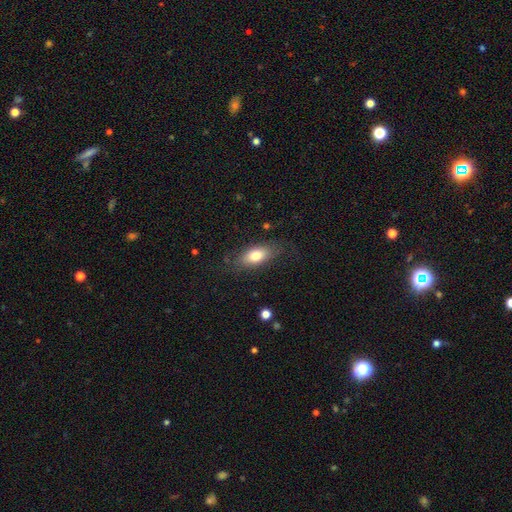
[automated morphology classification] type=smooth (74%); roundness=in between (84%); merging=none (77%).